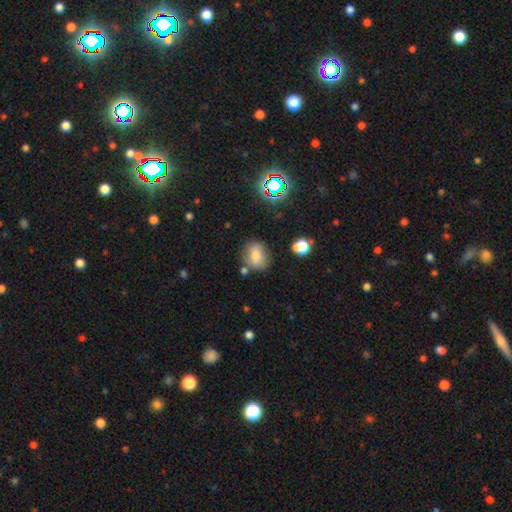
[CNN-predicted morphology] Smooth or featured? Predicted: smooth (p=0.70). How rounded? Predicted: round (p=0.56). Merging? Predicted: none (p=0.71).